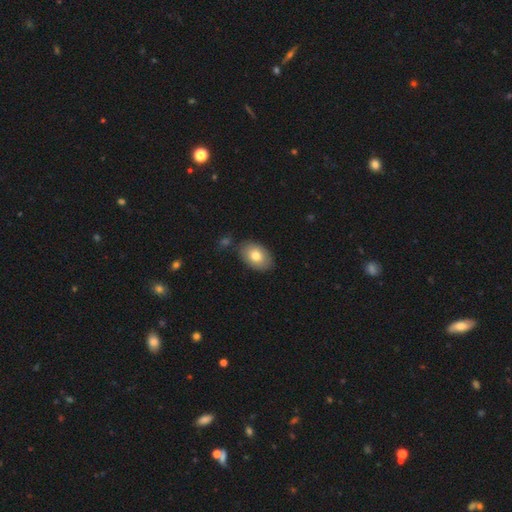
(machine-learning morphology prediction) Overall: smooth (79%). How rounded: in between (86%). Merging: none (81%).